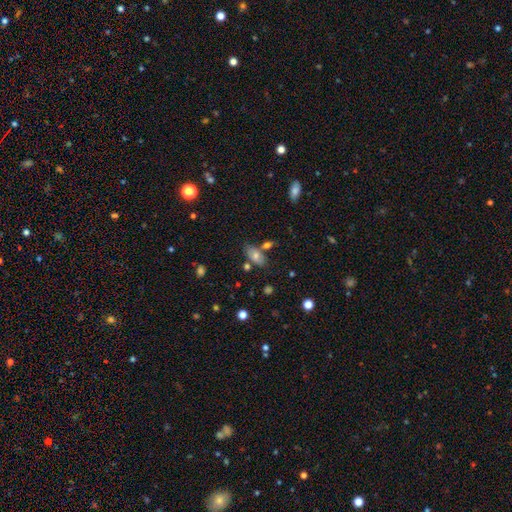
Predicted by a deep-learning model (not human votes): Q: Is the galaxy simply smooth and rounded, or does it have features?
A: smooth — 71%.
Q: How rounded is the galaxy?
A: in between — 90%.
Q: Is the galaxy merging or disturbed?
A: none — 65%.